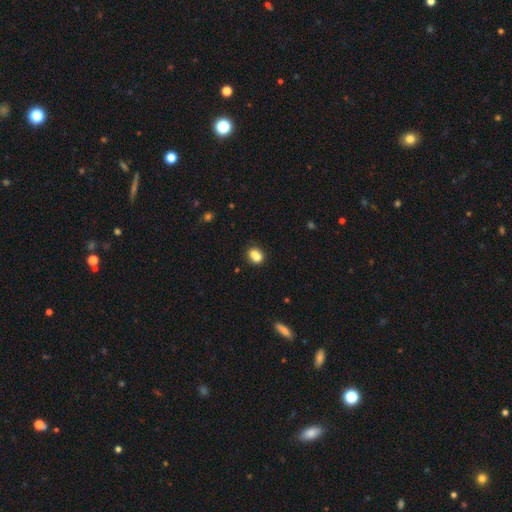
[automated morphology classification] smooth-or-featured: smooth: 78% | featured or disk: 11% | star or artifact: 10%
  how-rounded: in between: 51% | round: 47% | cigar-shaped: 1%
  merging: none: 46% | merger: 37% | minor disturbance: 13% | major disturbance: 4%